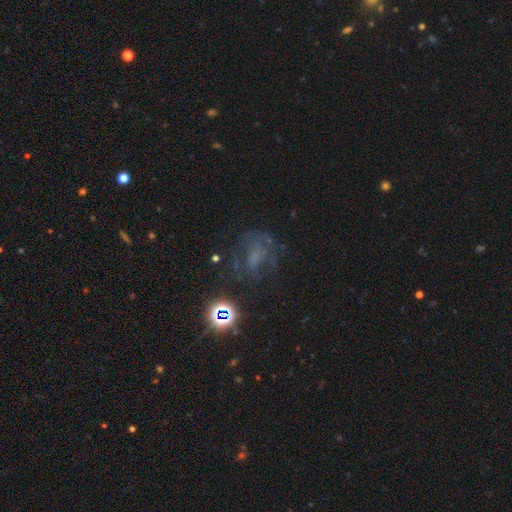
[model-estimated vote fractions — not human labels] Q: Smooth or featured?
A: featured or disk (41%); runner-up: star or artifact (36%)
Q: Merging?
A: none (55%); runner-up: major disturbance (23%)